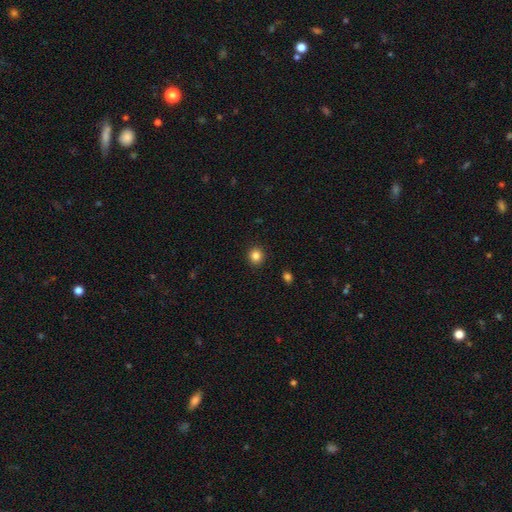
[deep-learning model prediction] Morphology: type=smooth (85%); roundness=round (91%); merging=none (92%).